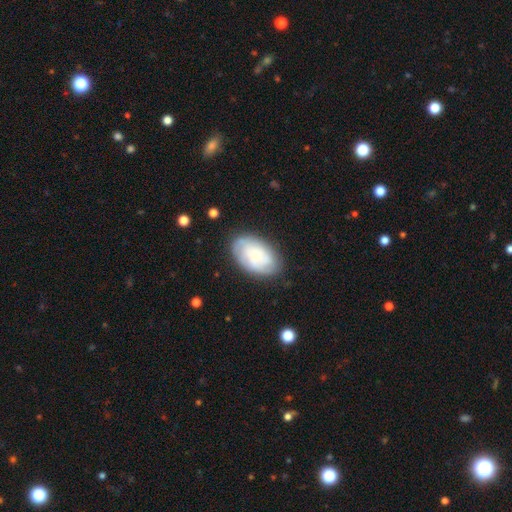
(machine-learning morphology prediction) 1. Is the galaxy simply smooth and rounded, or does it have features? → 53% featured or disk, 40% smooth, 7% star or artifact.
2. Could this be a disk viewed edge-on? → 96% no, 4% yes.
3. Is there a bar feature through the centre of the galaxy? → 77% no, 20% weak, 3% strong.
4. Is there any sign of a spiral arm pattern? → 85% yes, 15% no.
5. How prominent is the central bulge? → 63% small, 24% moderate, 6% none, 5% large, 2% dominant.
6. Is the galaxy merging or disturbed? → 77% none, 16% minor disturbance, 5% major disturbance, 2% merger.